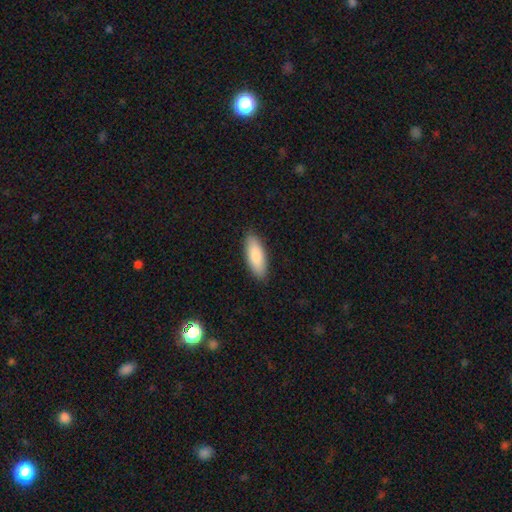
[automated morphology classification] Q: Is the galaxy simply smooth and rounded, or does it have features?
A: smooth — 86%.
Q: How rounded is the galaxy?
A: in between — 74%.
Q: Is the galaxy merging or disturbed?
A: none — 87%.